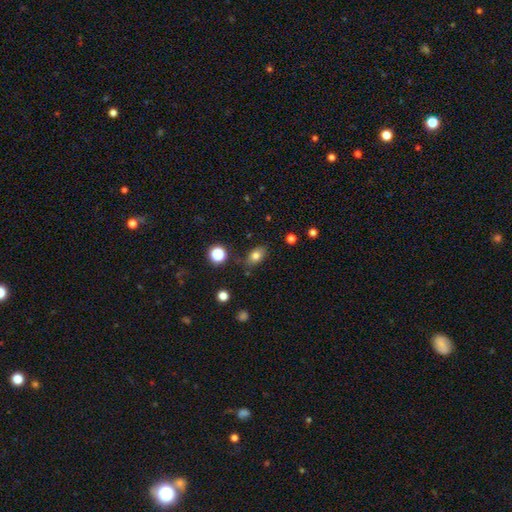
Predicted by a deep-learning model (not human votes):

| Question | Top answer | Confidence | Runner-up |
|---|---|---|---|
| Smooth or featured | smooth | 78% | star or artifact (12%) |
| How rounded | in between | 83% | round (15%) |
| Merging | none | 79% | minor disturbance (14%) |